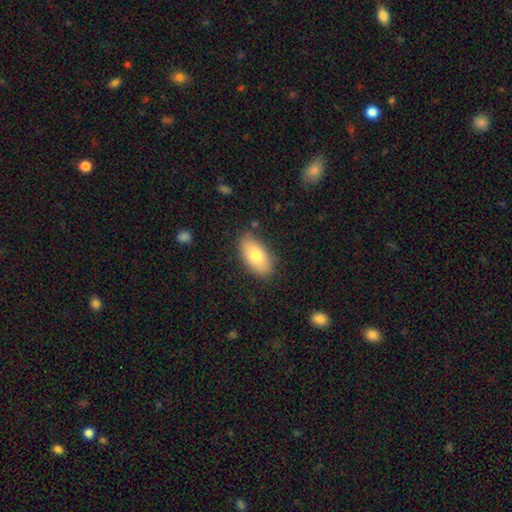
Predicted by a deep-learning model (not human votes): A smooth galaxy with no disk features (78%) that is in between round and cigar-shaped (93%).

Vote fractions:
- Smooth or featured? smooth: 78% / featured or disk: 15% / star or artifact: 6%
- How rounded? in between: 93% / cigar-shaped: 4% / round: 3%
- Merging? none: 83% / minor disturbance: 13% / major disturbance: 3% / merger: 2%